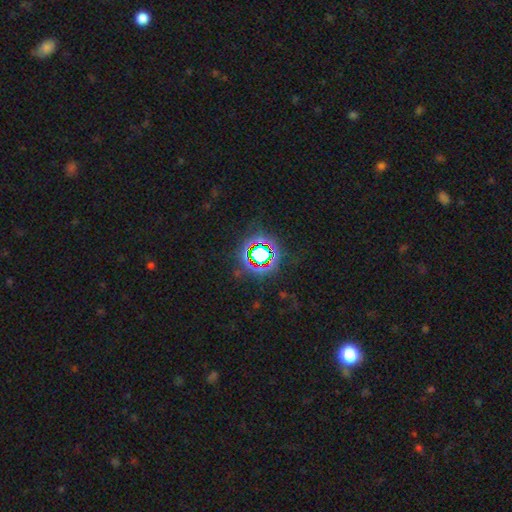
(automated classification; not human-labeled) star or artifact 72%, smooth 18%, featured or disk 10%.